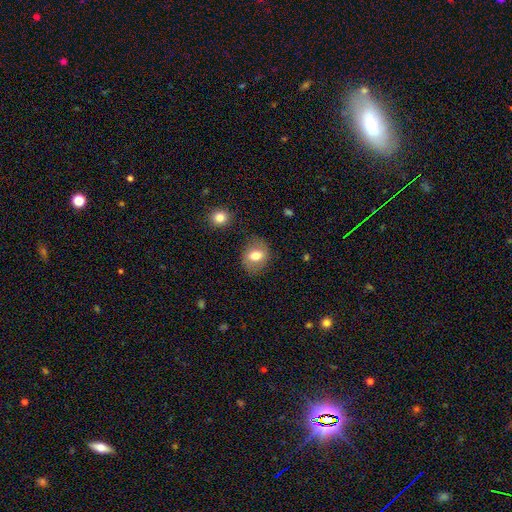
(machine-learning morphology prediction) Smooth or featured? smooth (71%)
How rounded? round (50%)
Merging? none (79%)